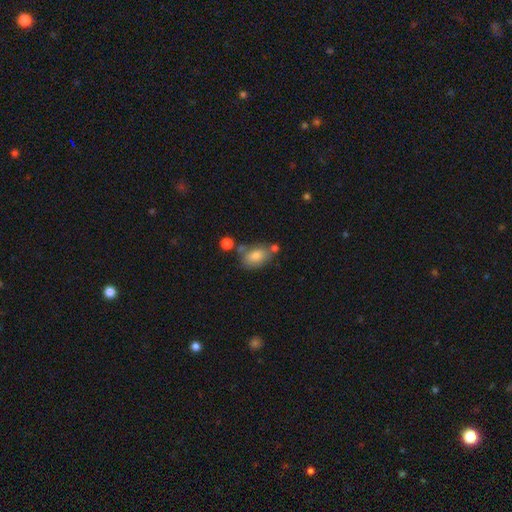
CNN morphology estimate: The model was most divided on "merging": none: 60%, minor disturbance: 18%, merger: 17%, major disturbance: 5%. More confident: how rounded — in between (84%); smooth or featured — smooth (78%).